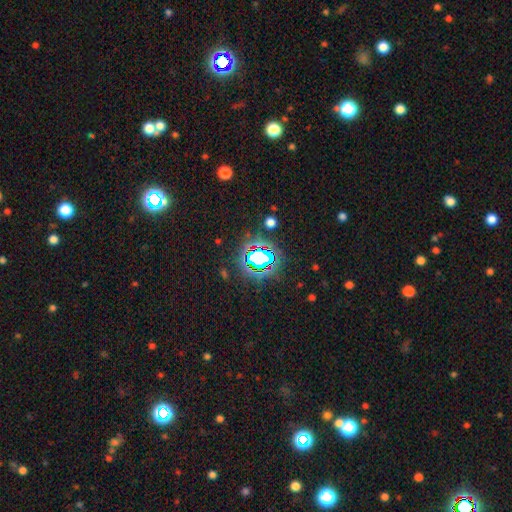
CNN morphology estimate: Smooth or featured: star or artifact — 68% (smooth — 19%)